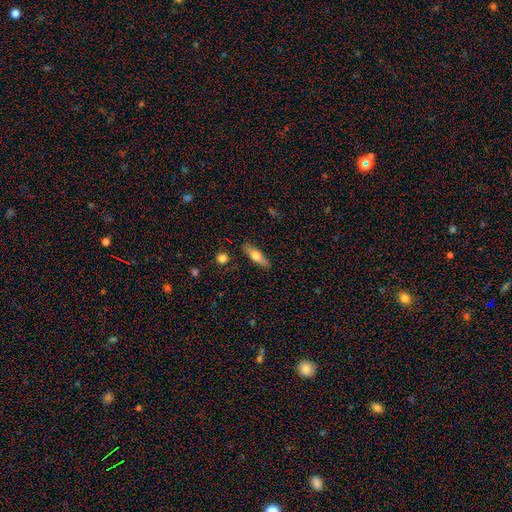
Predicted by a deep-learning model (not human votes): smooth_or_featured: smooth (p=0.59) [alt: featured or disk p=0.35]
how_rounded: cigar-shaped (p=0.57) [alt: in between p=0.40]
merging: none (p=0.87) [alt: minor disturbance p=0.09]